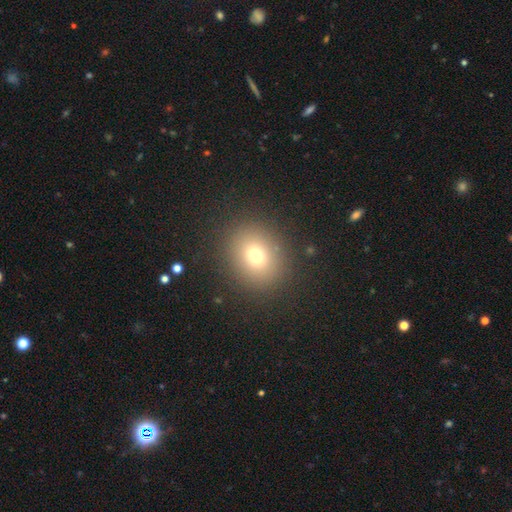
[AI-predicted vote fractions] This appears to be a smooth galaxy with no disk features (72%) that is round (72%). Merging: none (88%).